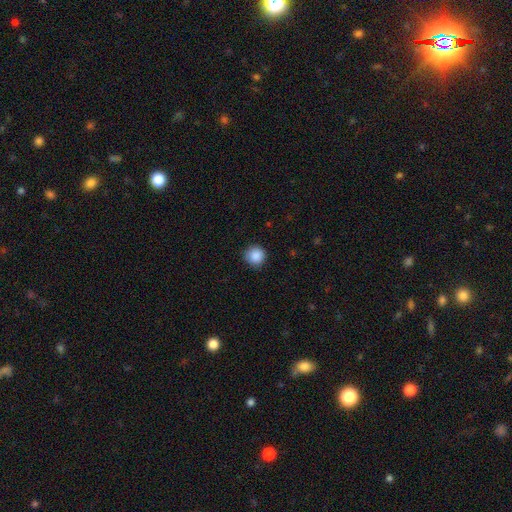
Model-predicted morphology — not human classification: type=smooth (88%); roundness=round (94%); merging=none (88%).